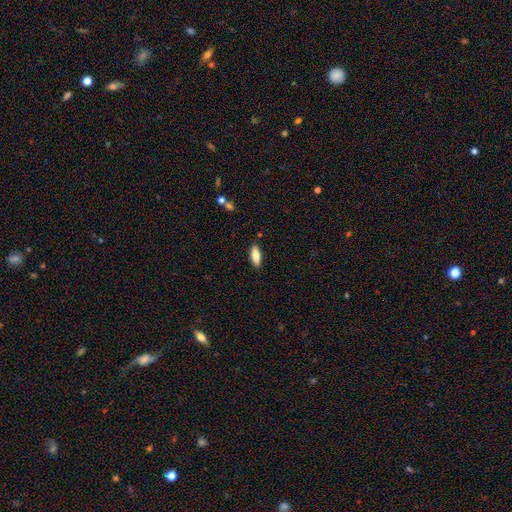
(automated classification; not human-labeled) smooth_or_featured: smooth (p=0.82) [alt: featured or disk p=0.11]
how_rounded: in between (p=0.69) [alt: cigar-shaped p=0.30]
merging: none (p=0.88) [alt: minor disturbance p=0.09]